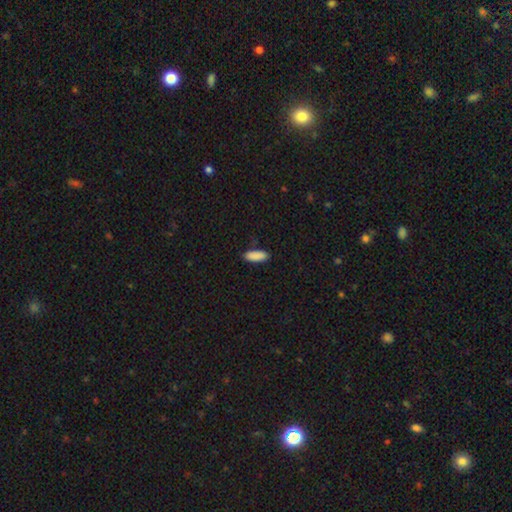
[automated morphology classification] The model was most divided on "how rounded": in between: 72%, cigar-shaped: 26%, round: 2%. More confident: smooth or featured — smooth (90%); merging — none (86%).